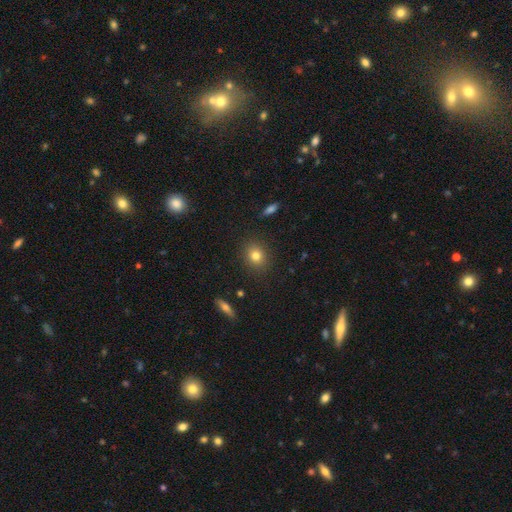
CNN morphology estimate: Overall: smooth (79%). How rounded: round (74%). Merging: none (89%).